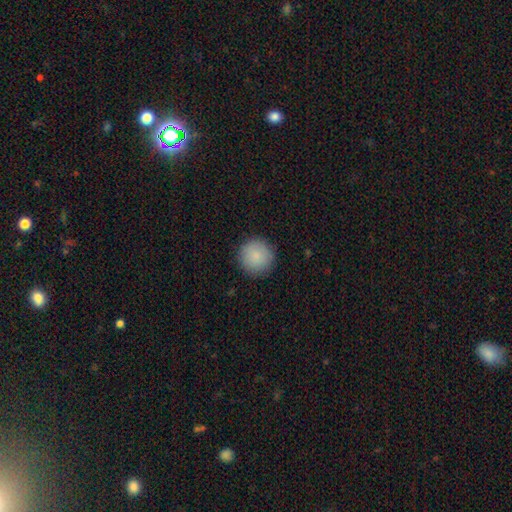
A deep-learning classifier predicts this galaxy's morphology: type=smooth (88%); roundness=round (96%); merging=none (90%).